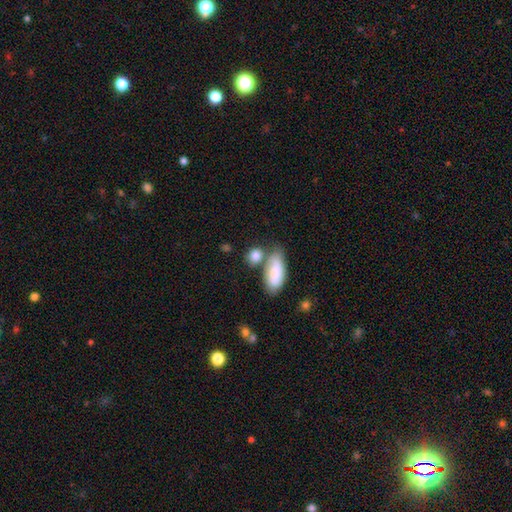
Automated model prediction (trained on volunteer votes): A smooth galaxy with no disk features (84%) that is in between round and cigar-shaped (54%). Merging: none (52%).